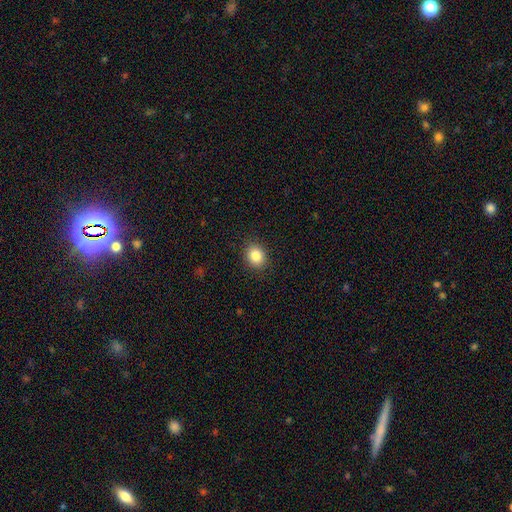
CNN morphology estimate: Smooth or featured?
  - smooth: 85% *
  - star or artifact: 10%
  - featured or disk: 5%
How rounded?
  - round: 56% *
  - in between: 44%
  - cigar-shaped: 1%
Merging?
  - none: 89% *
  - minor disturbance: 8%
  - major disturbance: 2%
  - merger: 1%